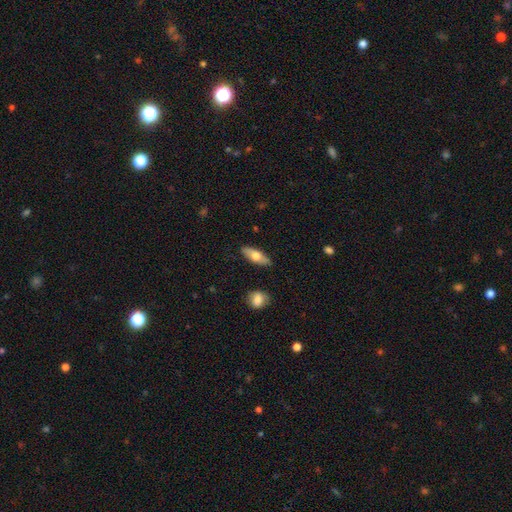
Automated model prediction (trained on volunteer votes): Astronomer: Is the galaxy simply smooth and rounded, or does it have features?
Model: smooth — 62%.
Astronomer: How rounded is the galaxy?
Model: in between — 68%.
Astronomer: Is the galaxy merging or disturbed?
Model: none — 85%.